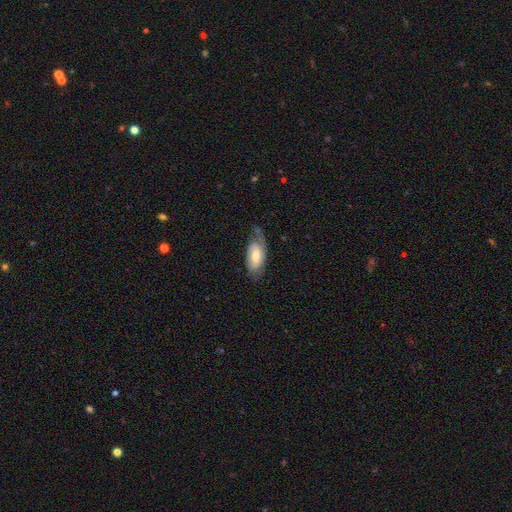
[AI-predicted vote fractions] Q: Smooth or featured?
A: featured or disk (56%); runner-up: smooth (38%)
Q: Edge-on disk?
A: no (90%); runner-up: yes (10%)
Q: Bar?
A: weak (44%); runner-up: no (40%)
Q: Spiral arms?
A: yes (81%); runner-up: no (19%)
Q: Bulge size?
A: moderate (58%); runner-up: small (28%)
Q: Merging?
A: none (52%); runner-up: minor disturbance (28%)